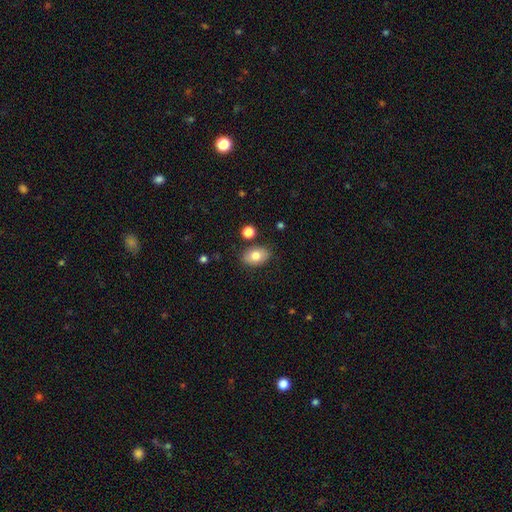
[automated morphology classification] Overall: smooth (79%). How rounded: in between (82%). Merging: none (83%).